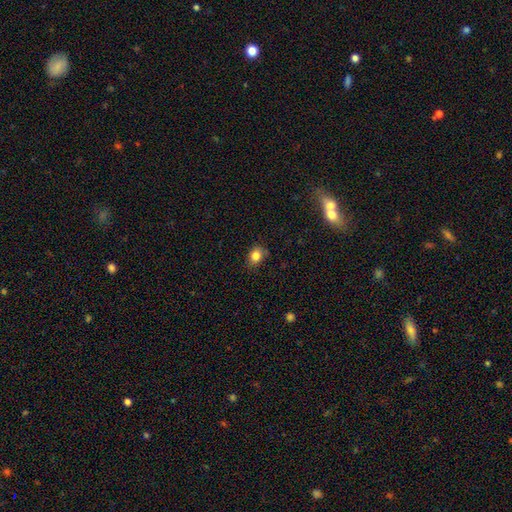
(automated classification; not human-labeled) Overall: smooth (83%). How rounded: in between (51%; round 48%). Merging: none (79%).